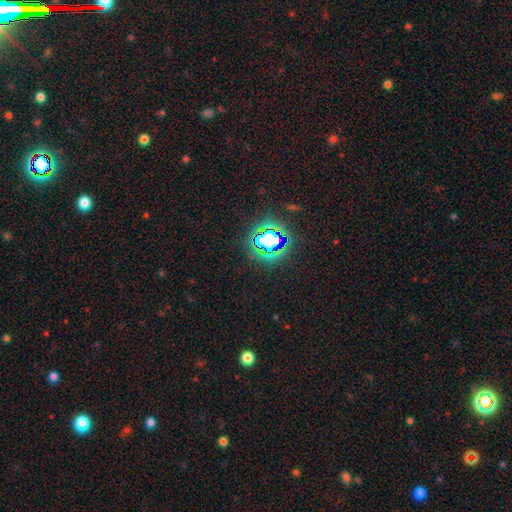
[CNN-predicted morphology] Smooth or featured? star or artifact (79%)